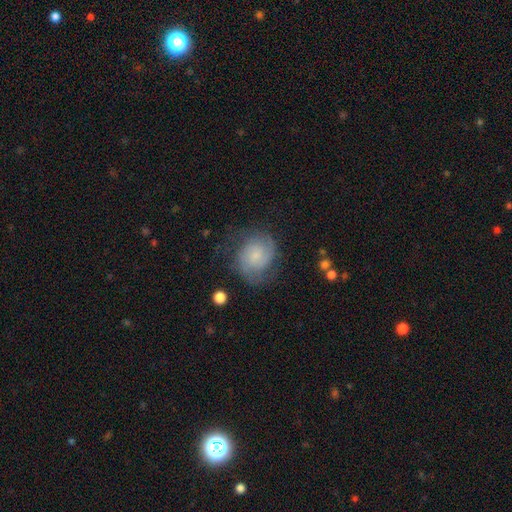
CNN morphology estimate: Smooth or featured?
  - featured or disk: 63% *
  - smooth: 29%
  - star or artifact: 8%
Edge-on disk?
  - no: 98% *
  - yes: 2%
Bar?
  - no: 68% *
  - weak: 28%
  - strong: 4%
Spiral arms?
  - yes: 92% *
  - no: 8%
Spiral winding?
  - tight: 44% *
  - medium: 41%
  - loose: 15%
Spiral arm count?
  - 2: 60% *
  - can't tell: 20%
  - 3: 10%
  - 1: 4%
  - 4: 3%
  - more than 4: 3%
Bulge size?
  - small: 58% *
  - moderate: 22%
  - none: 15%
  - large: 4%
  - dominant: 2%
Merging?
  - none: 63% *
  - minor disturbance: 22%
  - major disturbance: 13%
  - merger: 2%